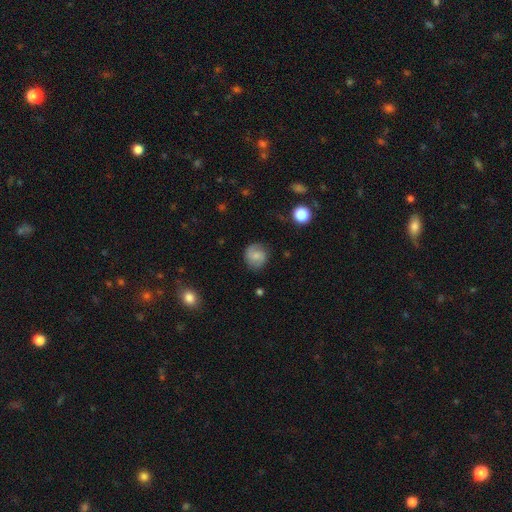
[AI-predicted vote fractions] Overall: featured or disk (53%; smooth 38%). Edge-on disk: no (98%). Bar: no (47%; weak 44%). Spiral arms: yes (91%). Bulge size: small (49%; moderate 28%). Merging: none (81%).